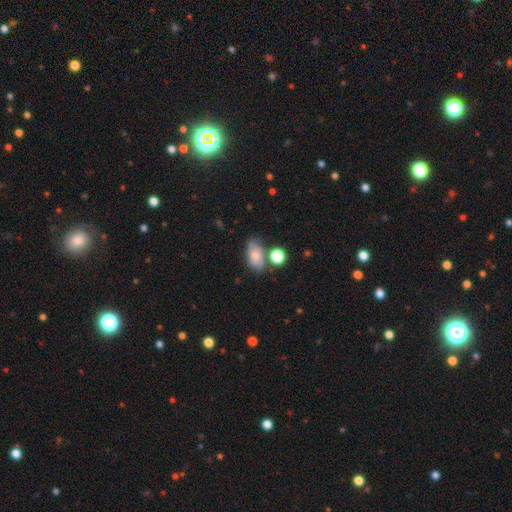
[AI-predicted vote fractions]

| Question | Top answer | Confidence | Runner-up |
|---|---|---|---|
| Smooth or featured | smooth | 69% | featured or disk (21%) |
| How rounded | in between | 85% | round (12%) |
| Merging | none | 53% | minor disturbance (23%) |